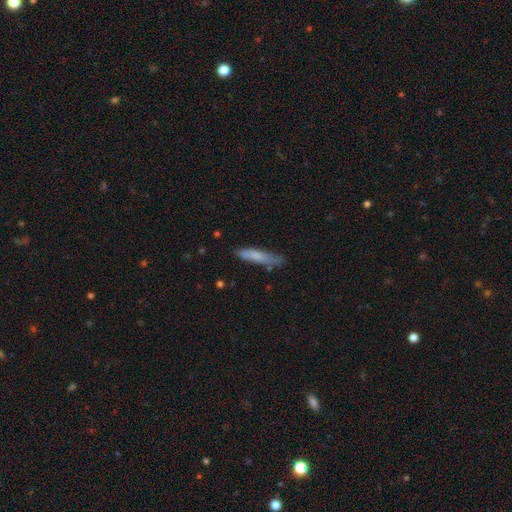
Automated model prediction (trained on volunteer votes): Q: Smooth or featured?
A: smooth (72%); runner-up: featured or disk (22%)
Q: How rounded?
A: cigar-shaped (84%); runner-up: in between (15%)
Q: Merging?
A: none (69%); runner-up: minor disturbance (23%)